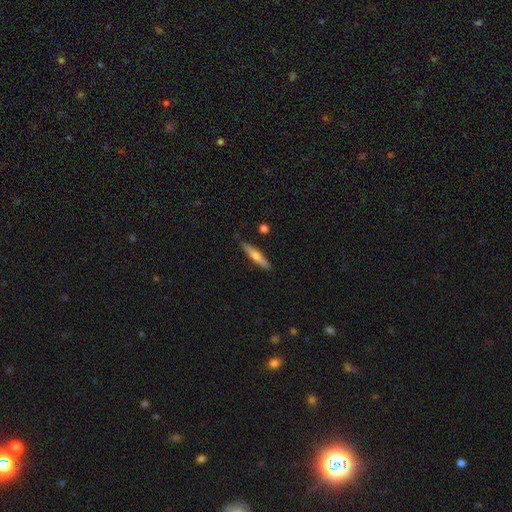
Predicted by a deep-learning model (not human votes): smooth-or-featured: smooth: 53% | featured or disk: 41% | star or artifact: 6%
  how-rounded: cigar-shaped: 88% | in between: 11% | round: 2%
  merging: none: 85% | minor disturbance: 11% | merger: 2% | major disturbance: 2%